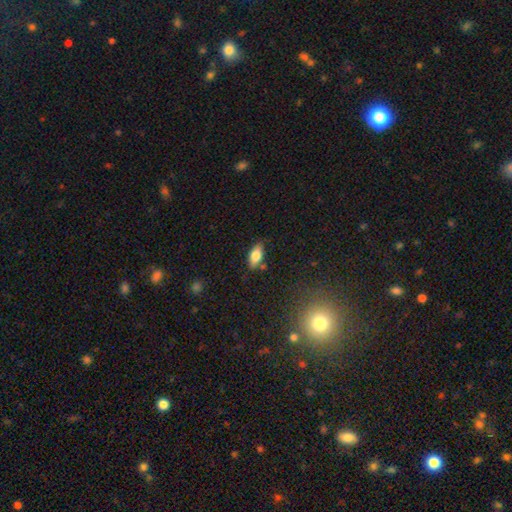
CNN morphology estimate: smooth-or-featured: smooth: 79% | featured or disk: 14% | star or artifact: 8%
  how-rounded: in between: 87% | cigar-shaped: 10% | round: 3%
  merging: none: 75% | minor disturbance: 18% | merger: 4% | major disturbance: 3%